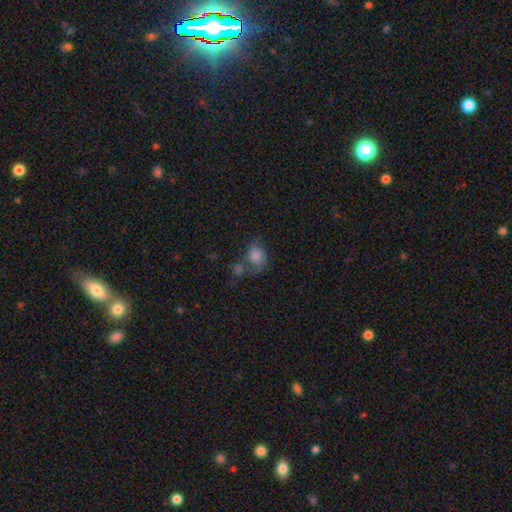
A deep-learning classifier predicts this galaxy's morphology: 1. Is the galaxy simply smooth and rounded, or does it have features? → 64% smooth, 23% featured or disk, 13% star or artifact.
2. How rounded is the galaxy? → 56% in between, 43% round, 1% cigar-shaped.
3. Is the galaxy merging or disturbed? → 36% none, 28% merger, 20% minor disturbance, 16% major disturbance.